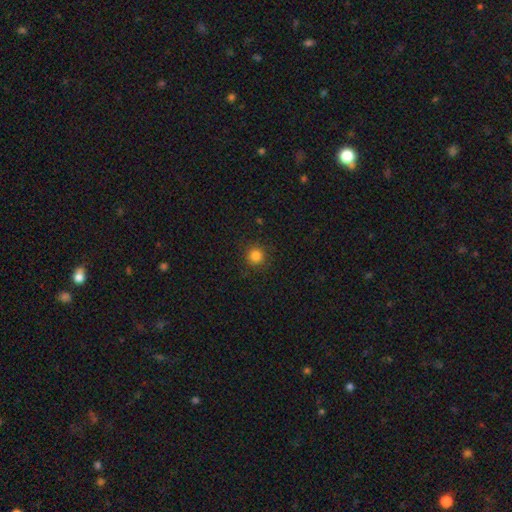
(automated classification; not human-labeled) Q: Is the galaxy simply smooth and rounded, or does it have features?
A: smooth — 83%.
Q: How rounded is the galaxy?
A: round — 94%.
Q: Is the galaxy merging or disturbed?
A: none — 90%.